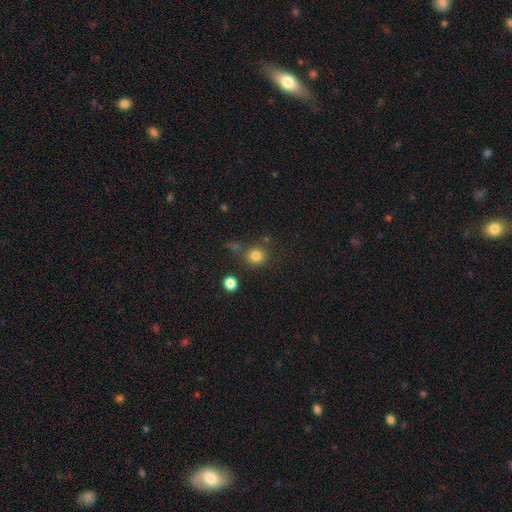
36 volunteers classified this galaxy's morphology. type=smooth (83%); roundness=round (93%); merging=none (74%).